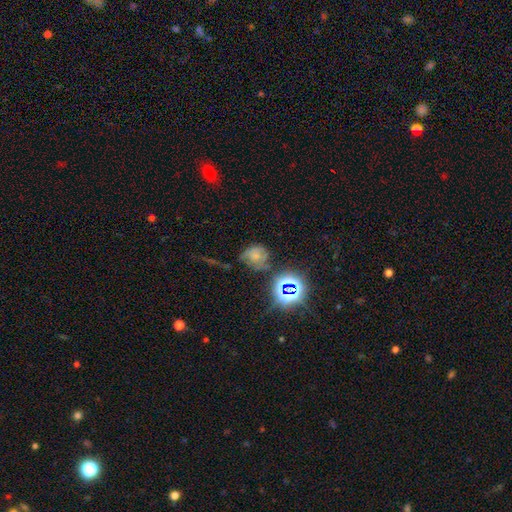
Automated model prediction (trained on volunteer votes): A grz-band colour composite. It shows a smooth galaxy with no disk features (52%) that is round (74%). Merging: none (47%).